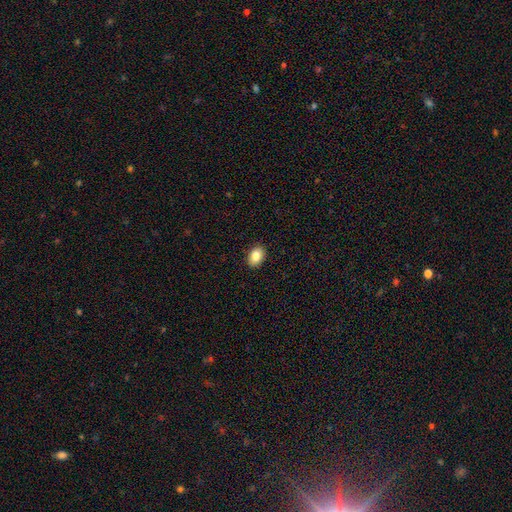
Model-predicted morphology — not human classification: A smooth galaxy with no disk features (85%) that is in between round and cigar-shaped (81%).

Vote fractions:
- Smooth or featured? smooth: 85% / star or artifact: 8% / featured or disk: 7%
- How rounded? in between: 81% / round: 18% / cigar-shaped: 1%
- Merging? none: 90% / minor disturbance: 7% / major disturbance: 2% / merger: 1%